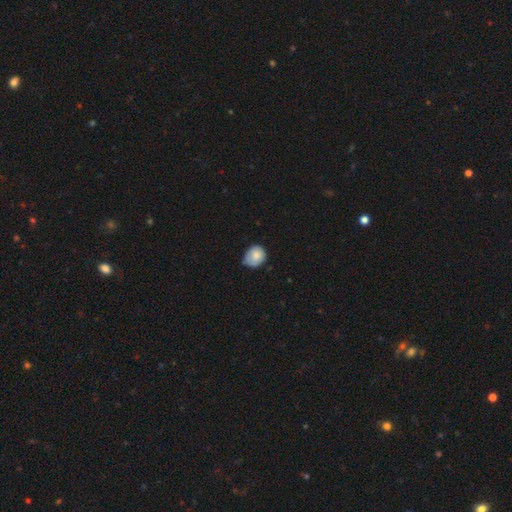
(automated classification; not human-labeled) smooth 81%, featured or disk 12%, star or artifact 8%. Down the decision tree: how rounded — round (71%); merging — none (59%).